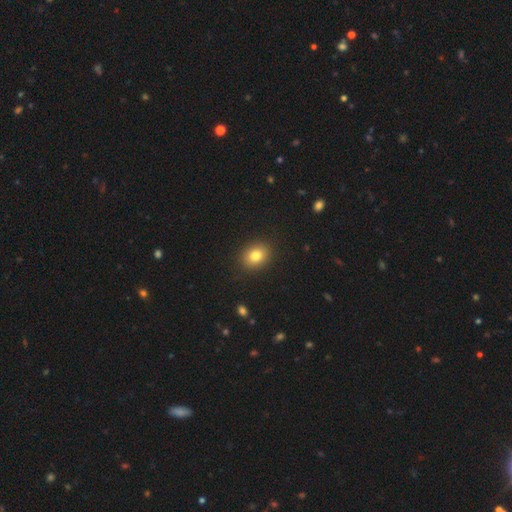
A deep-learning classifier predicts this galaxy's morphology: Smooth or featured?
  - smooth: 82% *
  - star or artifact: 10%
  - featured or disk: 8%
How rounded?
  - in between: 50% *
  - round: 49%
  - cigar-shaped: 1%
Merging?
  - none: 89% *
  - minor disturbance: 7%
  - major disturbance: 2%
  - merger: 1%